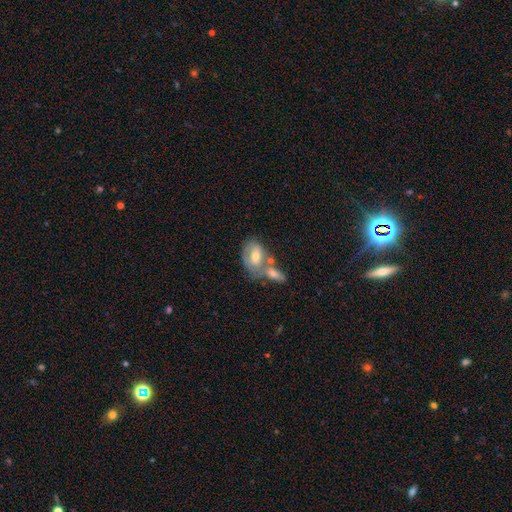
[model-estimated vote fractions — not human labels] Smooth or featured?
  - featured or disk: 50% *
  - smooth: 41%
  - star or artifact: 8%
Edge-on disk?
  - no: 92% *
  - yes: 8%
Merging?
  - merger: 49% *
  - none: 32%
  - minor disturbance: 13%
  - major disturbance: 6%